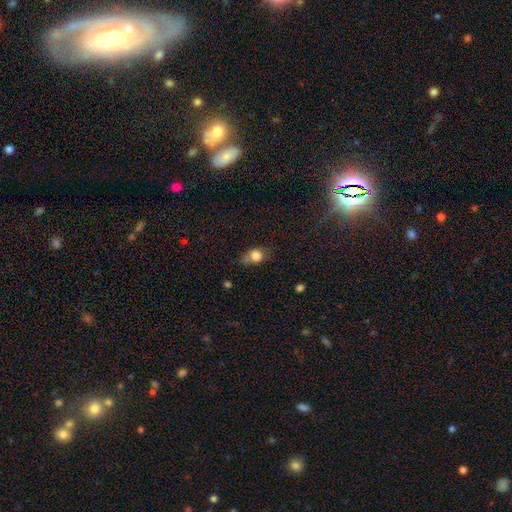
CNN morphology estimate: Q: Smooth or featured?
A: smooth (79%); runner-up: featured or disk (11%)
Q: How rounded?
A: in between (54%); runner-up: round (44%)
Q: Merging?
A: none (55%); runner-up: minor disturbance (32%)